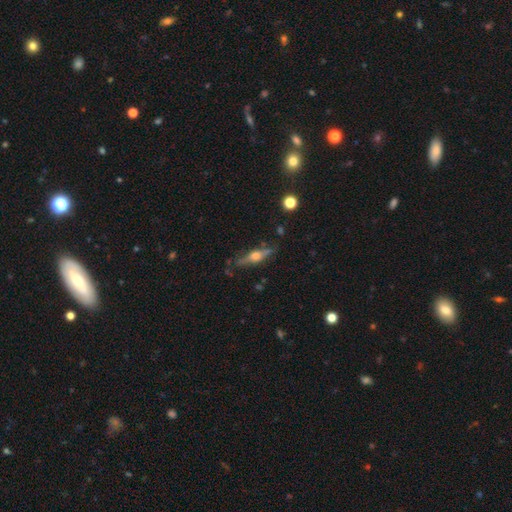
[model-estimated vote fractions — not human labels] Morphology: type=featured or disk (67%); edge-on=yes (94%); edge-on bulge=rounded (92%); merging=none (78%).